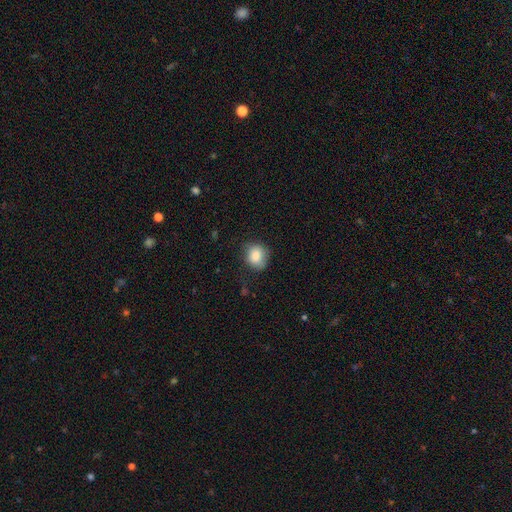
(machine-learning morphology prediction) This is clearly a smooth galaxy (84%). How rounded: likely round (69%). Merging: likely none (68%).